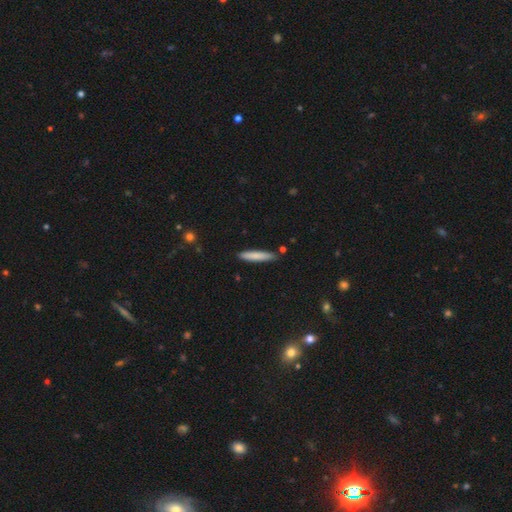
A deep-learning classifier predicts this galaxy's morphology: Smooth or featured? Predicted: smooth (p=0.79). How rounded? Predicted: cigar-shaped (p=0.92). Merging? Predicted: none (p=0.86).